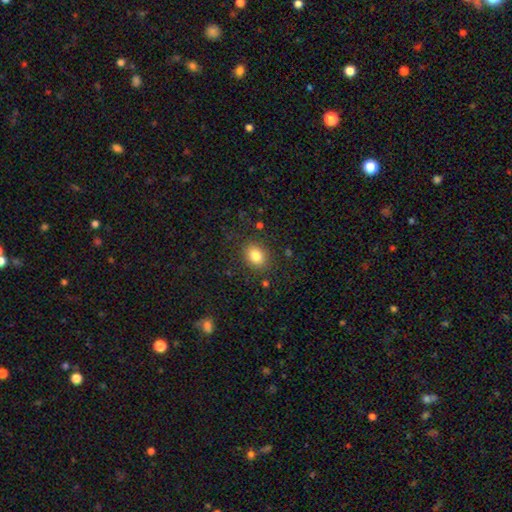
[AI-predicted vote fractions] smooth-or-featured: smooth: 82% | star or artifact: 11% | featured or disk: 7%
  how-rounded: in between: 52% | round: 47% | cigar-shaped: 1%
  merging: none: 85% | minor disturbance: 10% | major disturbance: 4% | merger: 2%